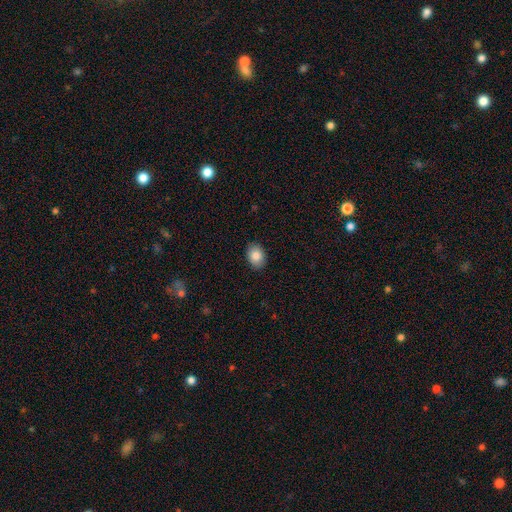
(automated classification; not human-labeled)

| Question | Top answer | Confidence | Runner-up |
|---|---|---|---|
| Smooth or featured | smooth | 85% | featured or disk (8%) |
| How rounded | in between | 75% | round (24%) |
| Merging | none | 89% | minor disturbance (8%) |